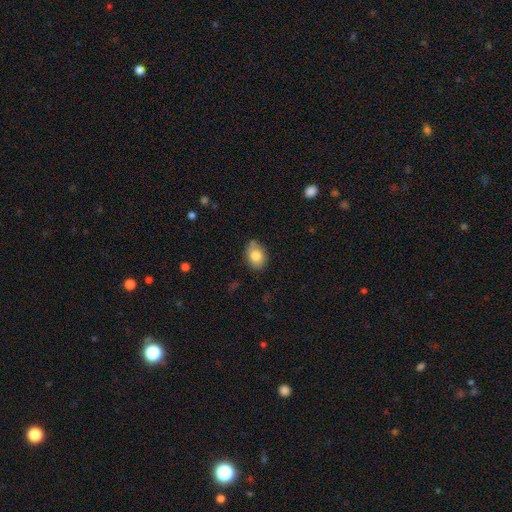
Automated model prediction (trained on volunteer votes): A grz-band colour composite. It shows a smooth galaxy with no disk features (81%) that is in between round and cigar-shaped (66%). Merging: none (72%).